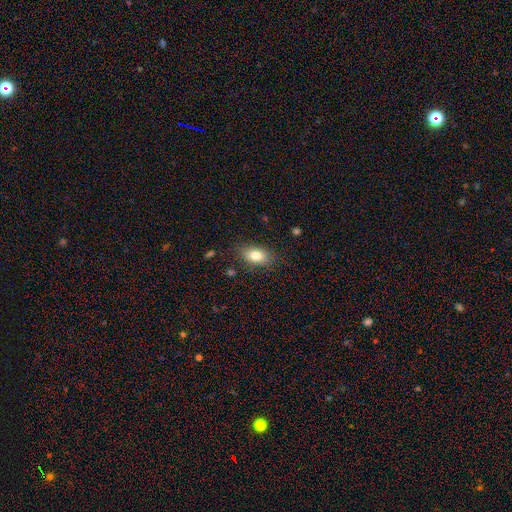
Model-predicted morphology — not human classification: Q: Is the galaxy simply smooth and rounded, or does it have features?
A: smooth — 81%.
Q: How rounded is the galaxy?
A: in between — 86%.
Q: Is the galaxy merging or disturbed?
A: none — 83%.